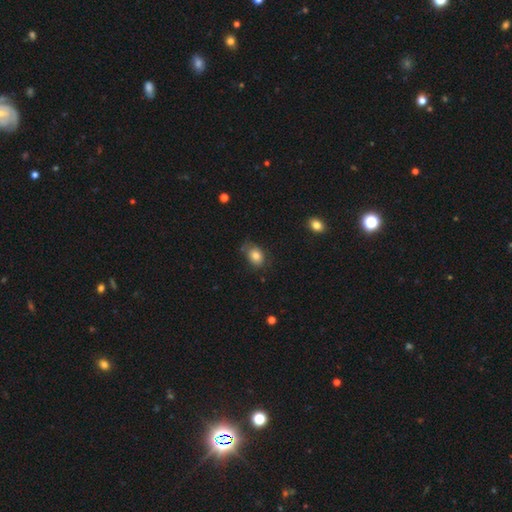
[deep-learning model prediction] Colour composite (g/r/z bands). It shows a smooth galaxy with no disk features (81%) that is in between round and cigar-shaped (70%). Merging: none (60%).